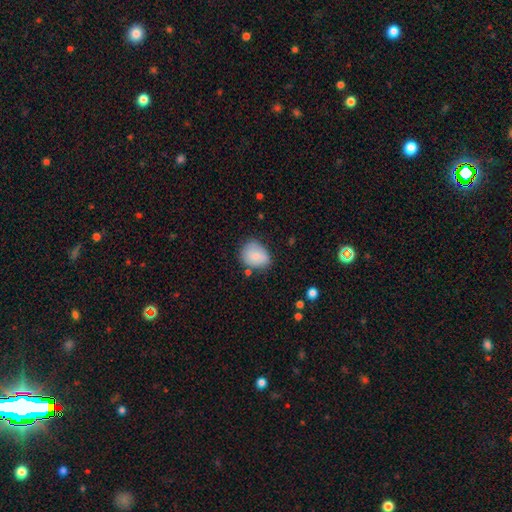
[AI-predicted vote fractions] A smooth galaxy with no disk features (80%) that is round (53%).

Vote fractions:
- Smooth or featured? smooth: 80% / featured or disk: 13% / star or artifact: 8%
- How rounded? round: 53% / in between: 46% / cigar-shaped: 1%
- Merging? none: 59% / minor disturbance: 29% / major disturbance: 7% / merger: 5%